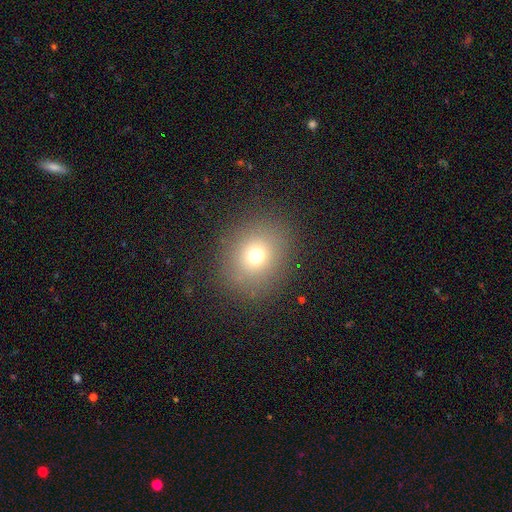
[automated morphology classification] Smooth or featured: smooth — 70% (star or artifact — 18%)
How rounded: round — 74% (in between — 25%)
Merging: none — 86% (minor disturbance — 8%)